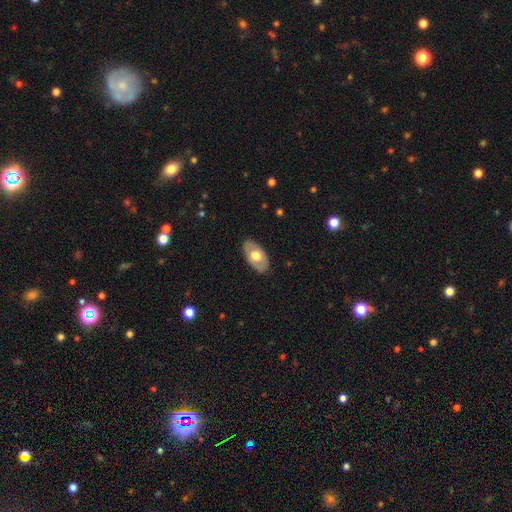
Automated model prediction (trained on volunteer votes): Q: Smooth or featured?
A: smooth (57%); runner-up: featured or disk (38%)
Q: How rounded?
A: in between (93%); runner-up: round (5%)
Q: Merging?
A: none (84%); runner-up: minor disturbance (12%)